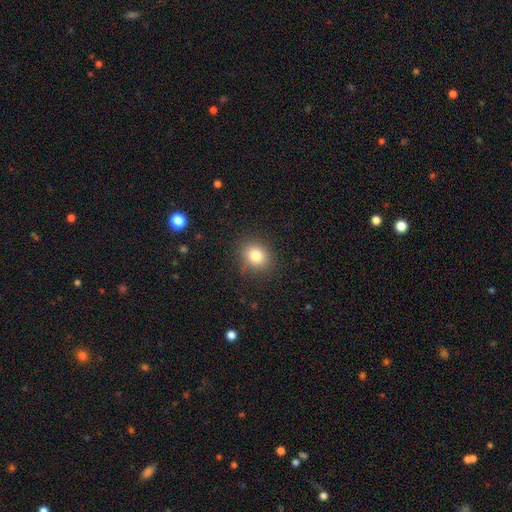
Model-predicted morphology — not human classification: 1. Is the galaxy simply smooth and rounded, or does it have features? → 81% smooth, 12% star or artifact, 8% featured or disk.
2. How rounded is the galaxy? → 67% round, 32% in between, 1% cigar-shaped.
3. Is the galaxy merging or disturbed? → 85% none, 10% minor disturbance, 3% major disturbance, 1% merger.